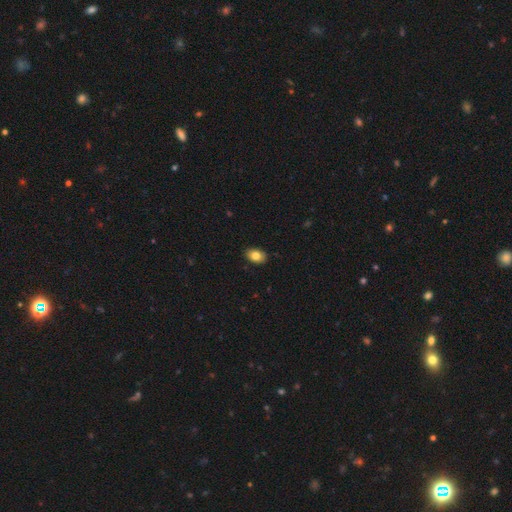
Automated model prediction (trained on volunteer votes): Smooth or featured?
  - smooth: 83% *
  - featured or disk: 9%
  - star or artifact: 8%
How rounded?
  - in between: 84% *
  - round: 15%
  - cigar-shaped: 1%
Merging?
  - none: 87% *
  - minor disturbance: 10%
  - major disturbance: 2%
  - merger: 1%